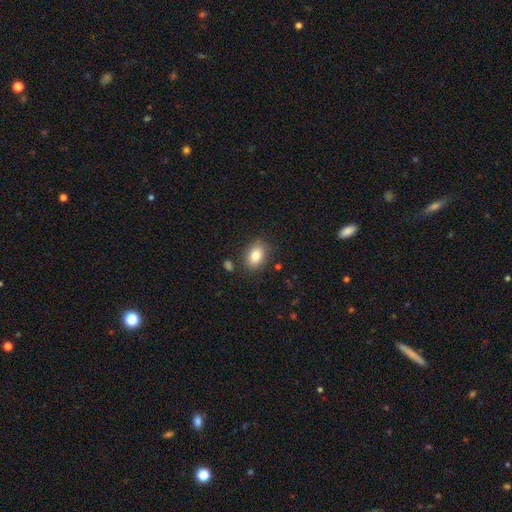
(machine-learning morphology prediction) Smooth or featured?
  - smooth: 82% *
  - featured or disk: 10%
  - star or artifact: 9%
How rounded?
  - in between: 79% *
  - round: 20%
  - cigar-shaped: 1%
Merging?
  - none: 83% *
  - minor disturbance: 11%
  - merger: 3%
  - major disturbance: 3%